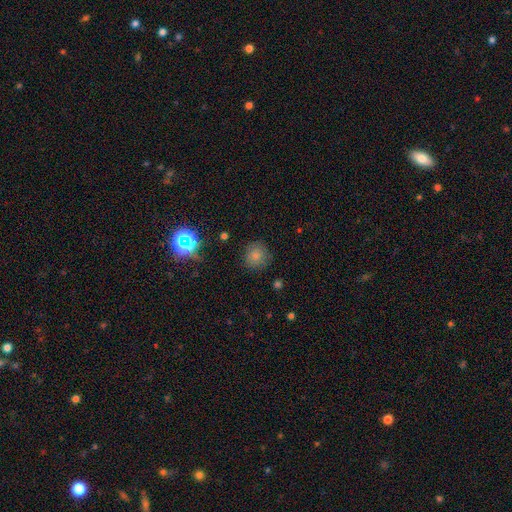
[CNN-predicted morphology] Overall: smooth (77%). How rounded: round (91%). Merging: none (84%).